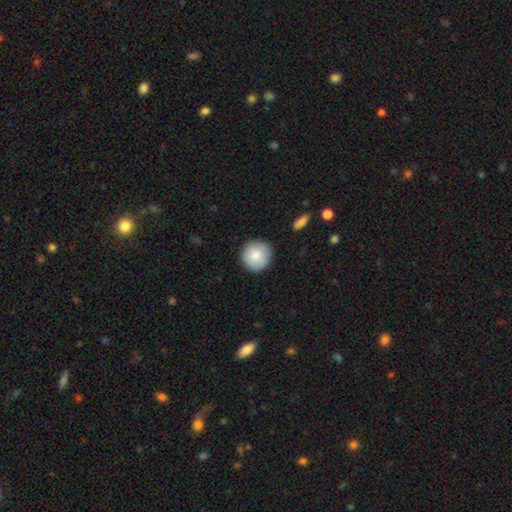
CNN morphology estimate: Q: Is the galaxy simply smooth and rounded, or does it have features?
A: smooth — 82%.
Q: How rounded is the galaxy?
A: round — 94%.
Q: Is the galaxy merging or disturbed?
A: none — 89%.